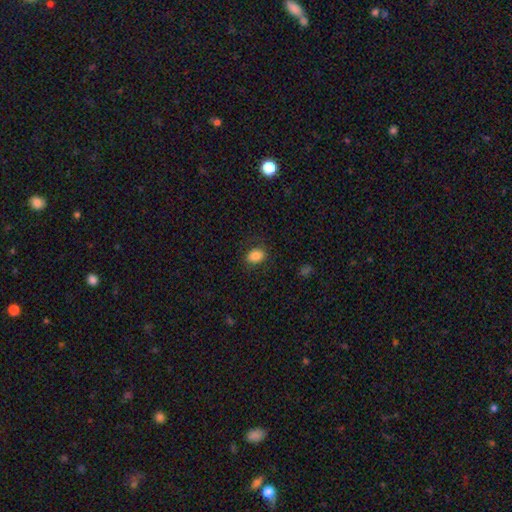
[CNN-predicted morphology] Smooth or featured? Predicted: smooth (p=0.84). How rounded? Predicted: in between (p=0.68). Merging? Predicted: none (p=0.83).